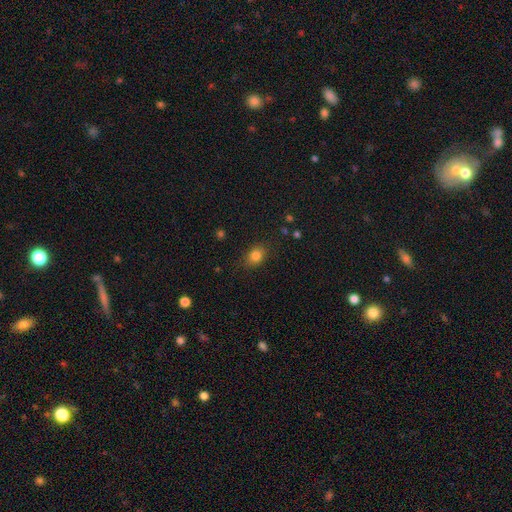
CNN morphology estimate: type=smooth (82%); roundness=in between (58%); merging=none (84%).